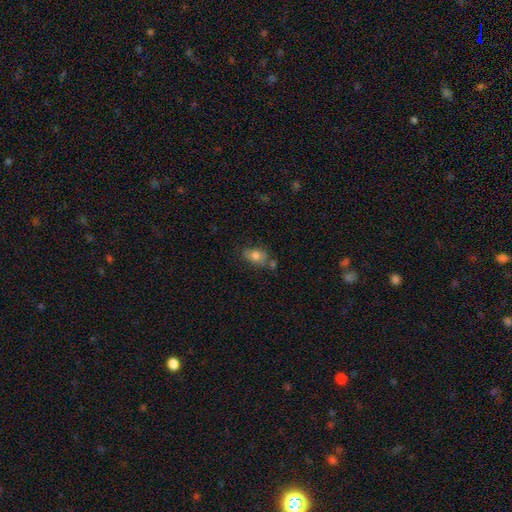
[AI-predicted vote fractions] Overall: smooth (72%). How rounded: in between (83%). Merging: none (51%; minor disturbance 26%).